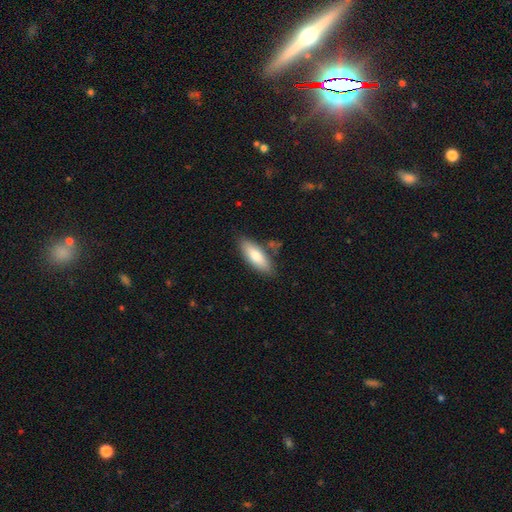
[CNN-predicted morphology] Q: Smooth or featured?
A: smooth (76%); runner-up: featured or disk (18%)
Q: How rounded?
A: in between (65%); runner-up: cigar-shaped (33%)
Q: Merging?
A: none (79%); runner-up: minor disturbance (14%)